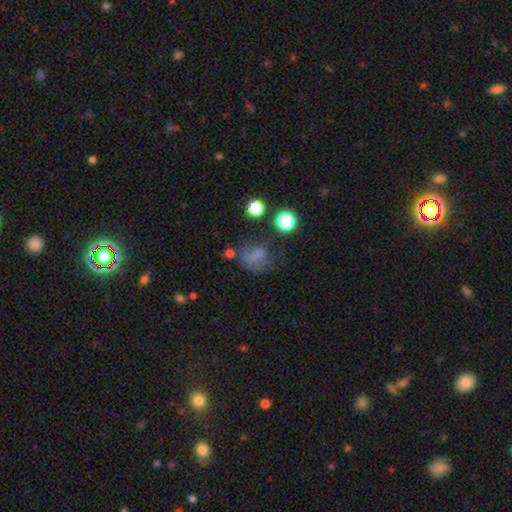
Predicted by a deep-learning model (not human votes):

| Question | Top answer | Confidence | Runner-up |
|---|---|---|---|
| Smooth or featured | smooth | 58% | star or artifact (23%) |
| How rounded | round | 54% | in between (44%) |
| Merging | none | 43% | major disturbance (25%) |